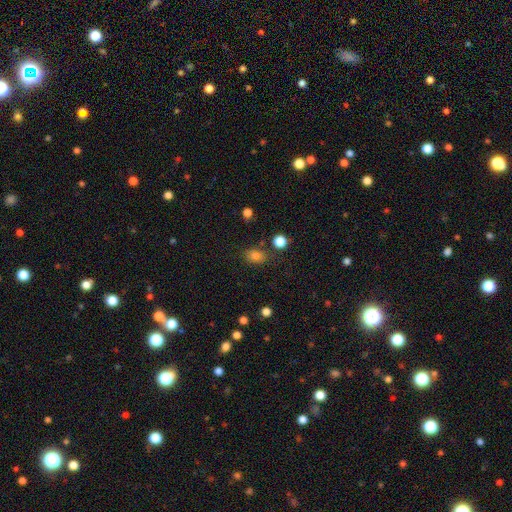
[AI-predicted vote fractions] Morphology: type=smooth (80%); roundness=in between (67%); merging=none (75%).